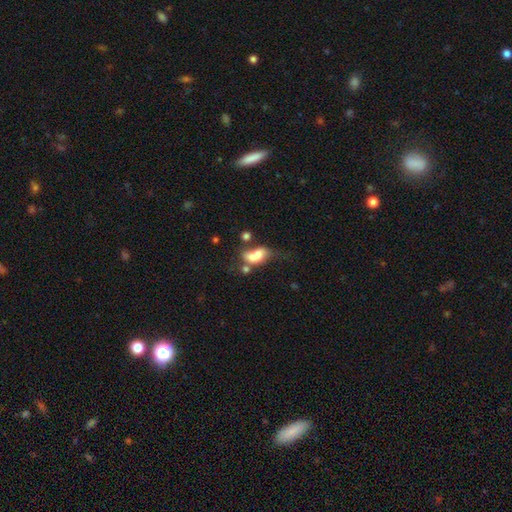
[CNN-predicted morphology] Q: Smooth or featured?
A: smooth (58%); runner-up: featured or disk (31%)
Q: How rounded?
A: in between (74%); runner-up: round (21%)
Q: Merging?
A: merger (53%); runner-up: none (20%)